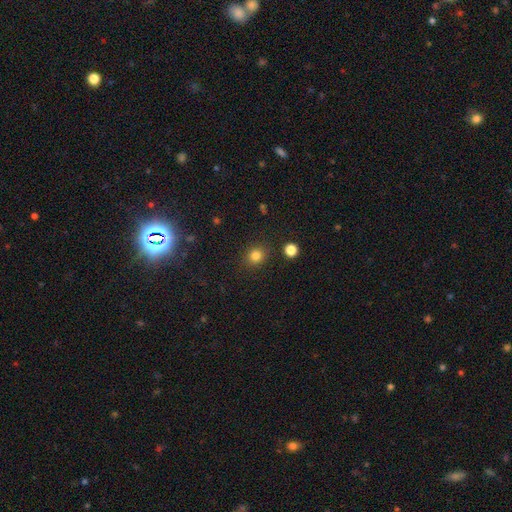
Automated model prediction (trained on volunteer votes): A smooth galaxy with no disk features (82%) that is round (81%). Merging: none (87%).